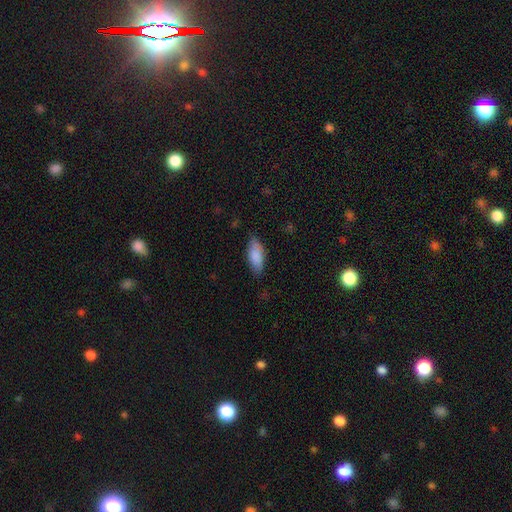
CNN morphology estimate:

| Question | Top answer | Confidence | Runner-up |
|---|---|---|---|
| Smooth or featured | smooth | 87% | featured or disk (8%) |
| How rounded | in between | 84% | cigar-shaped (14%) |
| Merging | none | 80% | minor disturbance (16%) |